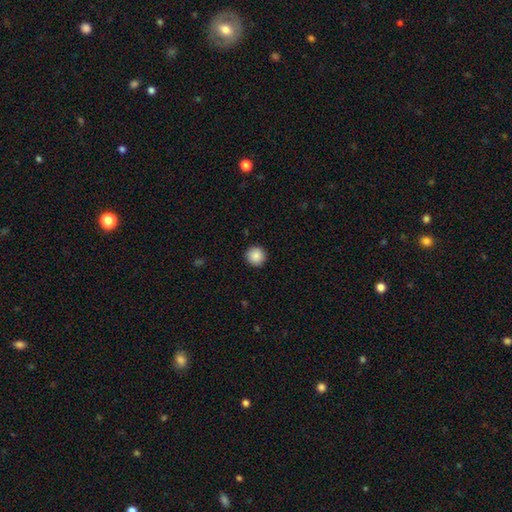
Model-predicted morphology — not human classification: smooth 88%, star or artifact 8%, featured or disk 3%. Down the decision tree: how rounded — round (95%); merging — none (92%).